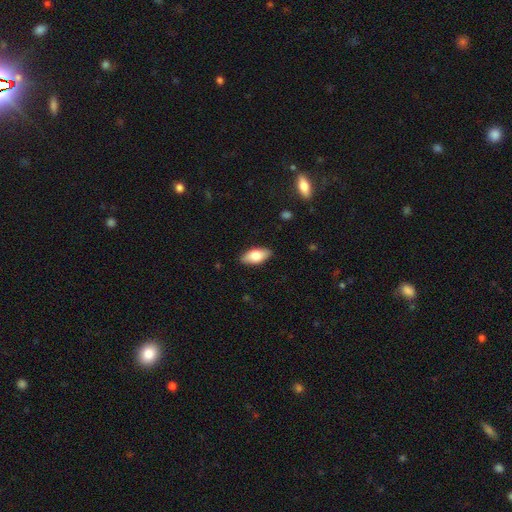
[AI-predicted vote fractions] Smooth or featured? Predicted: smooth (p=0.78). How rounded? Predicted: in between (p=0.91). Merging? Predicted: none (p=0.87).